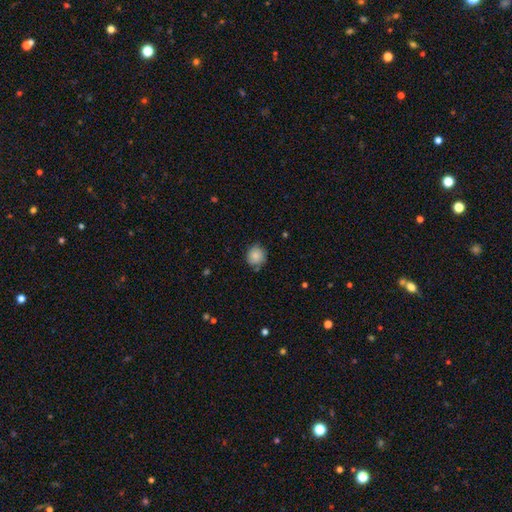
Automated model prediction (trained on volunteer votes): A smooth galaxy with no disk features (79%) that is round (87%). Merging: none (74%).